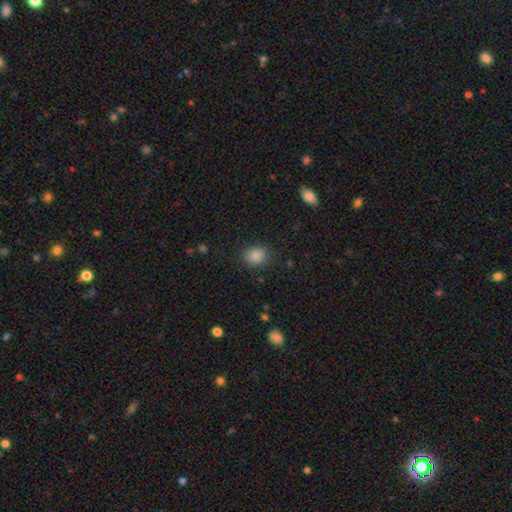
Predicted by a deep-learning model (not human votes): The model was most divided on "how rounded": round: 66%, in between: 34%, cigar-shaped: 1%. More confident: merging — none (86%); smooth or featured — smooth (86%).